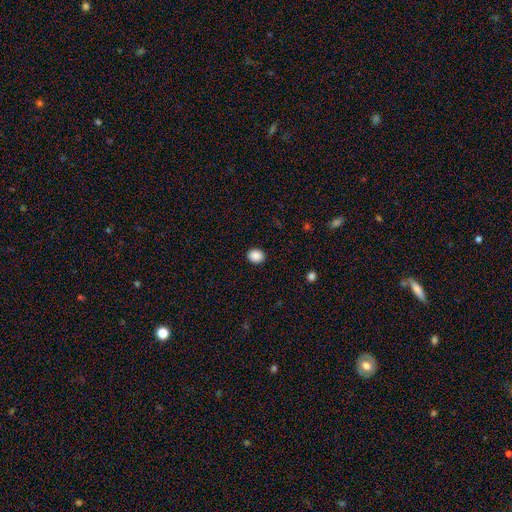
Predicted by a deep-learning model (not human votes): The model was most divided on "how rounded": round: 66%, in between: 33%, cigar-shaped: 1%. More confident: merging — none (91%); smooth or featured — smooth (88%).